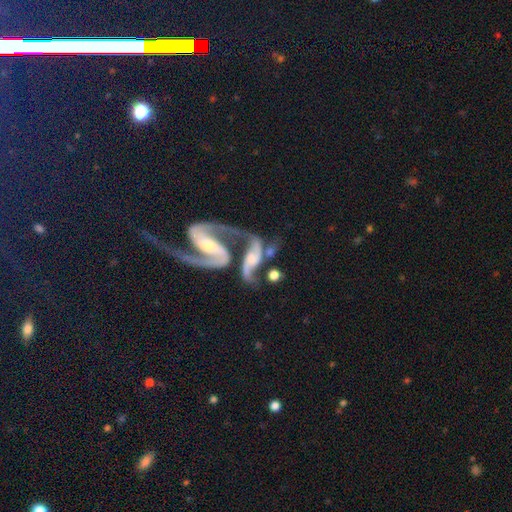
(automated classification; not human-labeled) A featured or disk galaxy (84%) with a weak bar (37%), 2 (88%) loose (60%) spiral arms (94%) and a moderate central bulge (36%, tied with small).

Vote fractions:
- Smooth or featured? featured or disk: 84% / smooth: 9% / star or artifact: 6%
- Edge-on disk? no: 95% / yes: 5%
- Bar? weak: 37% / no: 34% / strong: 29%
- Spiral arms? yes: 94% / no: 6%
- Spiral winding? loose: 60% / medium: 33% / tight: 8%
- Spiral arm count? 2: 88% / 1: 5% / can't tell: 3% / 3: 2% / 4: 1% / more than 4: 1%
- Bulge size? moderate: 36% (tied) / small: 36% (tied) / none: 16% / large: 9% / dominant: 2%
- Merging? merger: 52% / none: 24% / major disturbance: 14% / minor disturbance: 10%